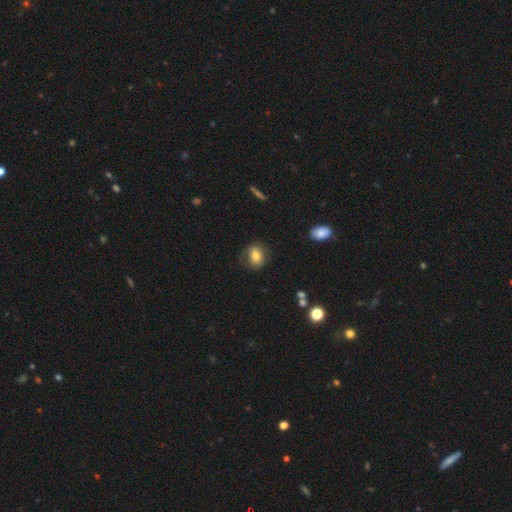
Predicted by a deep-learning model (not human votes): Q: Smooth or featured?
A: smooth (73%); runner-up: featured or disk (19%)
Q: How rounded?
A: in between (54%); runner-up: round (44%)
Q: Merging?
A: none (79%); runner-up: minor disturbance (14%)